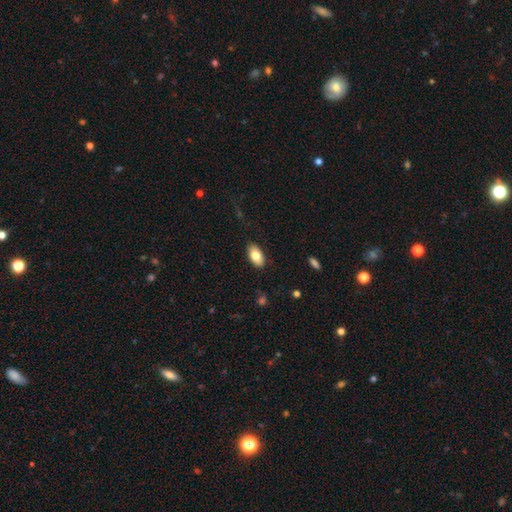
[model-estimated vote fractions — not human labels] Smooth or featured? smooth (79%)
How rounded? in between (94%)
Merging? none (87%)